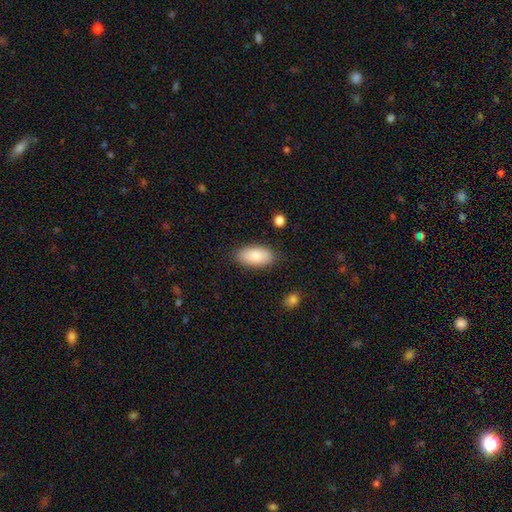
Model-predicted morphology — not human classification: Overall: smooth (85%). How rounded: in between (93%). Merging: none (85%).